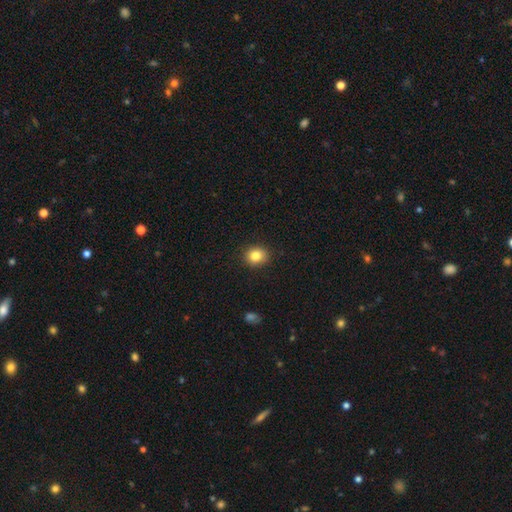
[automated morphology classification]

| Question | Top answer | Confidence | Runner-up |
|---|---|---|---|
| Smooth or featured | smooth | 83% | star or artifact (10%) |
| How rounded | round | 69% | in between (30%) |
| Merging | none | 88% | minor disturbance (9%) |